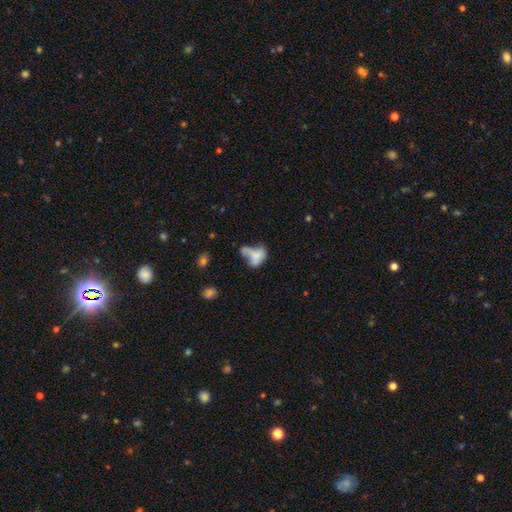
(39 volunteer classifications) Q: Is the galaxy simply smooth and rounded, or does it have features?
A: smooth — 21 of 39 (54%).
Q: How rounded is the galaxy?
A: in between — 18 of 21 (86%).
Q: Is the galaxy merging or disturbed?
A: merger — 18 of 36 (50%).